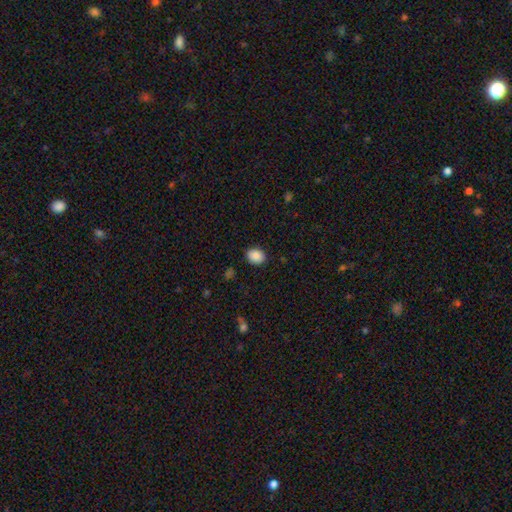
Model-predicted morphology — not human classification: smooth 88%, star or artifact 8%, featured or disk 4%. Down the decision tree: how rounded — in between (50%); merging — none (88%).